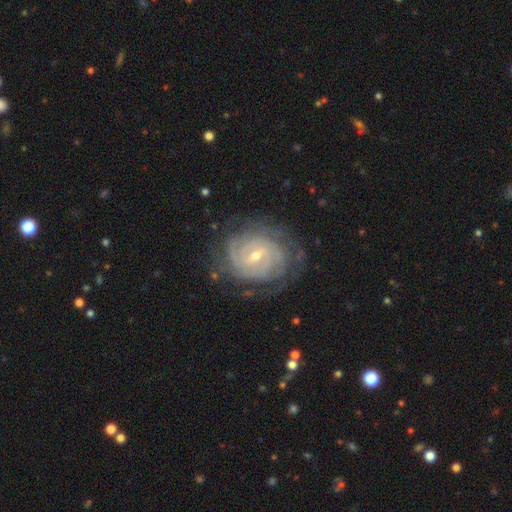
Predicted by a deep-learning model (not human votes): Smooth or featured? featured or disk (89%)
Edge-on disk? no (97%)
Bar? weak (57%)
Spiral arms? yes (97%)
Spiral winding? tight (78%)
Spiral arm count? can't tell (33%)
Bulge size? small (60%)
Merging? none (76%)